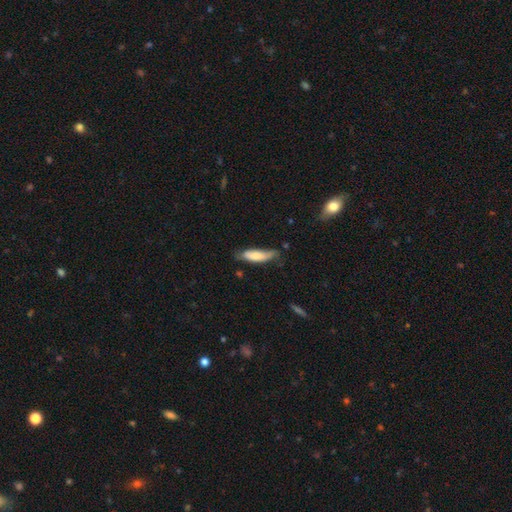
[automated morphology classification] Overall: smooth (73%). How rounded: cigar-shaped (55%; in between 43%). Merging: none (50%; minor disturbance 37%).